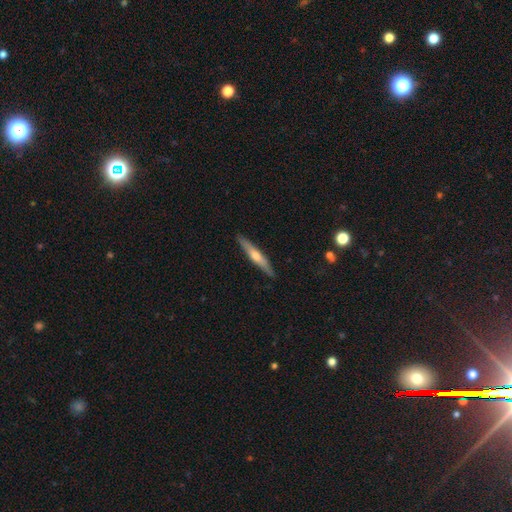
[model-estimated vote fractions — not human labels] smooth_or_featured: featured or disk (p=0.55) [alt: smooth p=0.40]
disk_edge_on: yes (p=0.95) [alt: no p=0.05]
edge_on_bulge: rounded (p=0.82) [alt: none p=0.12]
merging: none (p=0.89) [alt: minor disturbance p=0.08]